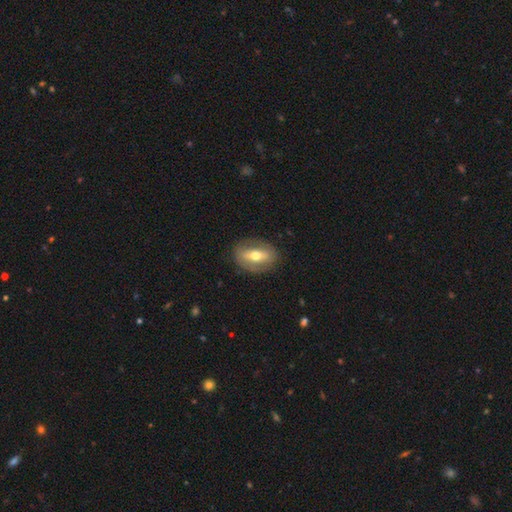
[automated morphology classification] type=featured or disk (55%); edge-on=no (80%); merging=none (82%).